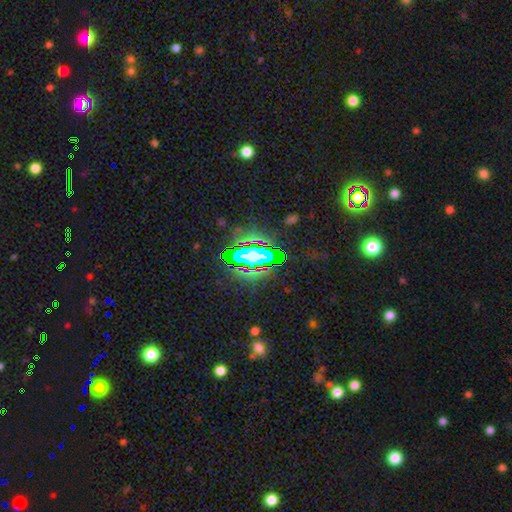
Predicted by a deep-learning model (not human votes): Q: Smooth or featured?
A: star or artifact (62%); runner-up: smooth (21%)